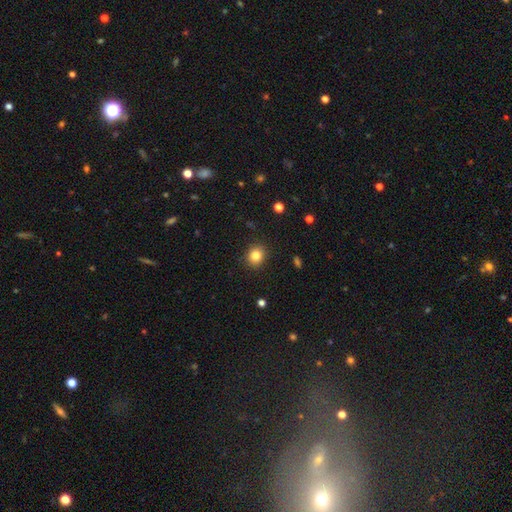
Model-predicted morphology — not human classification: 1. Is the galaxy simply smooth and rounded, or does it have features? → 83% smooth, 11% star or artifact, 6% featured or disk.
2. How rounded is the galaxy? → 78% round, 21% in between, 1% cigar-shaped.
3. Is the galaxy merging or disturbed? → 89% none, 7% minor disturbance, 2% major disturbance, 1% merger.